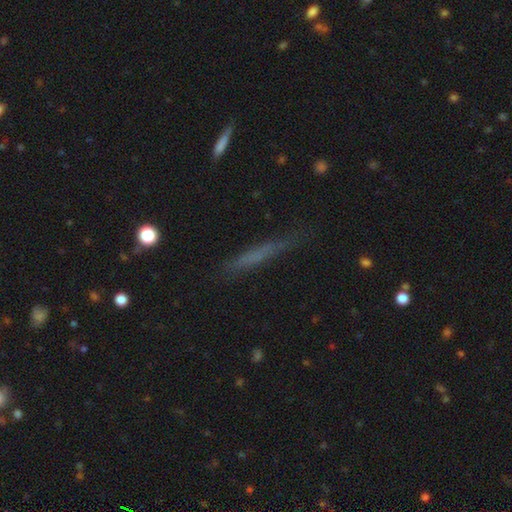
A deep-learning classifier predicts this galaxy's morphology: This is possibly a smooth galaxy (54%). How rounded: clearly cigar-shaped (93%). Merging: likely none (75%).